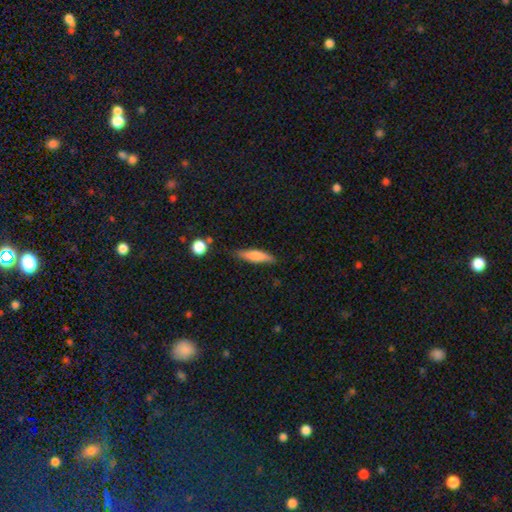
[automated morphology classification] Q: Smooth or featured?
A: smooth (69%); runner-up: featured or disk (25%)
Q: How rounded?
A: cigar-shaped (73%); runner-up: in between (25%)
Q: Merging?
A: none (79%); runner-up: minor disturbance (16%)